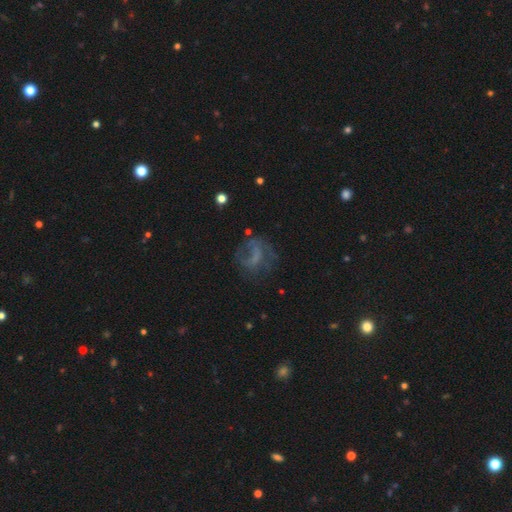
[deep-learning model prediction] A featured or disk galaxy (51%).

Vote fractions:
- Smooth or featured? featured or disk: 51% / smooth: 32% / star or artifact: 17%
- Edge-on disk? no: 96% / yes: 4%
- Merging? none: 49% / major disturbance: 28% / minor disturbance: 20% / merger: 3%